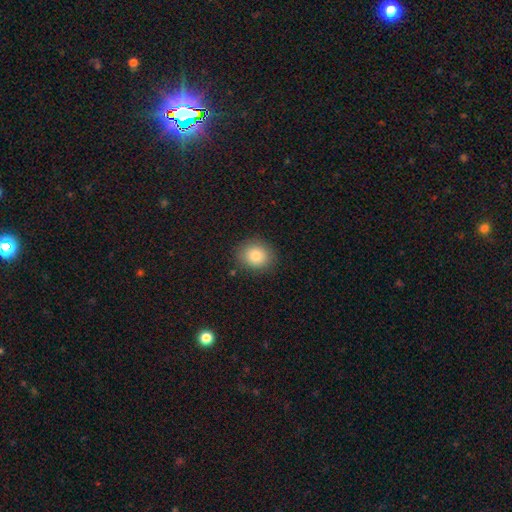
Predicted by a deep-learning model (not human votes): Smooth or featured? Predicted: smooth (p=0.82). How rounded? Predicted: round (p=0.75). Merging? Predicted: none (p=0.87).